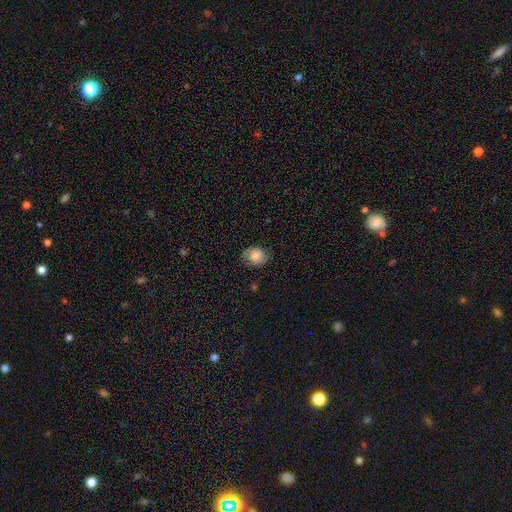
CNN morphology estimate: Smooth or featured? smooth (64%)
How rounded? round (66%)
Merging? none (72%)